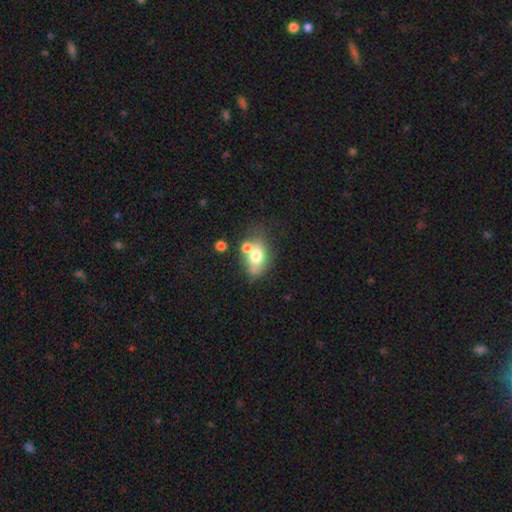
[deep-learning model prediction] Smooth or featured: smooth — 67% (featured or disk — 23%)
How rounded: in between — 75% (round — 24%)
Merging: none — 45% (merger — 31%)